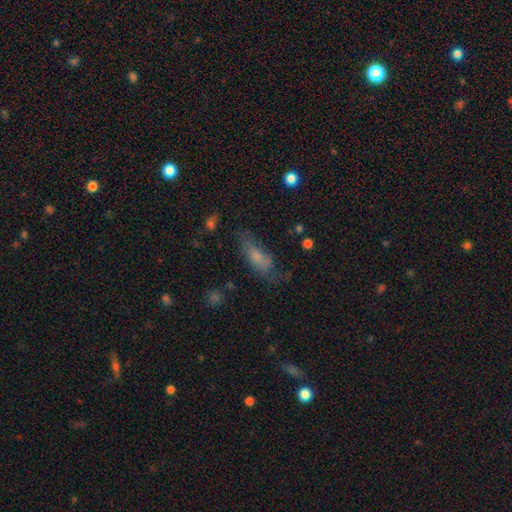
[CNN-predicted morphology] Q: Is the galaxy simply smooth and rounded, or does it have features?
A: smooth — 38%.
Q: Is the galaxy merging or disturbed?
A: none — 68%.